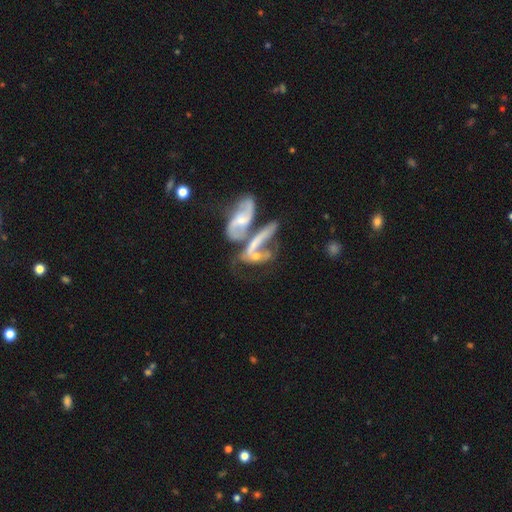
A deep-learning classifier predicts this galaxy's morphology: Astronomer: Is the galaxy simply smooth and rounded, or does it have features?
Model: featured or disk — 61%.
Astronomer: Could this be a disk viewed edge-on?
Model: no — 85%.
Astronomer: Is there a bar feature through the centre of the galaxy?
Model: no — 59%.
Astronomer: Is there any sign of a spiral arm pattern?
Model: yes — 60% (runner-up: no, 40%).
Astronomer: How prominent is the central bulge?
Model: small — 44% (runner-up: moderate, 34%).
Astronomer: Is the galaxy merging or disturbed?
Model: merger — 62%.